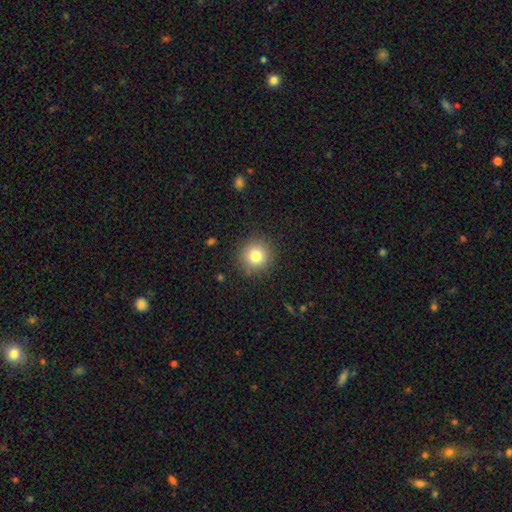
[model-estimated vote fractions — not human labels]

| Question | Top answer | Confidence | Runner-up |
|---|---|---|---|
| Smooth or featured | smooth | 80% | star or artifact (12%) |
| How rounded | round | 93% | in between (6%) |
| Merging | none | 89% | minor disturbance (8%) |